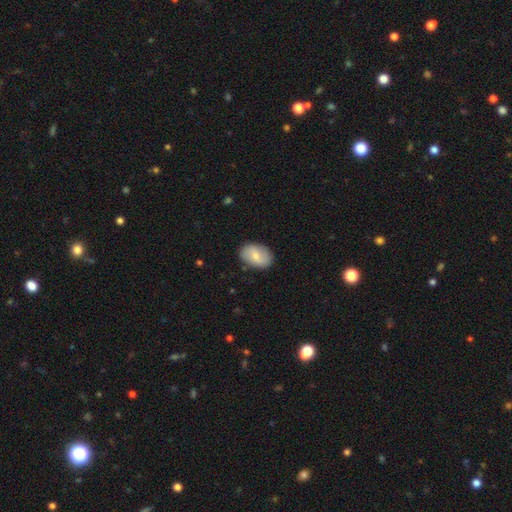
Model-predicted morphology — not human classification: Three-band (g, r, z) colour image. It shows a smooth galaxy with no disk features (64%) that is in between round and cigar-shaped (87%). Merging: none (83%).